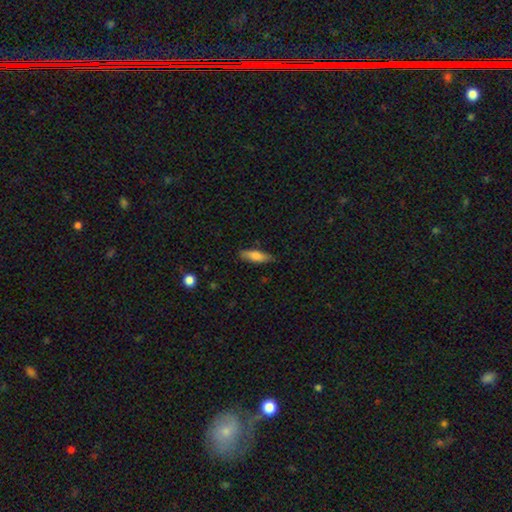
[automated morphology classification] smooth_or_featured: smooth (p=0.75) [alt: featured or disk p=0.19]
how_rounded: cigar-shaped (p=0.55) [alt: in between p=0.43]
merging: none (p=0.81) [alt: minor disturbance p=0.15]